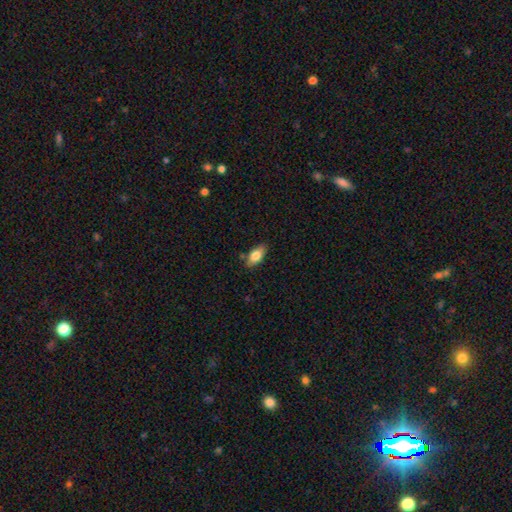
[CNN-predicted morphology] This is likely a smooth galaxy (80%). How rounded: clearly in between (89%). Merging: clearly none (81%).